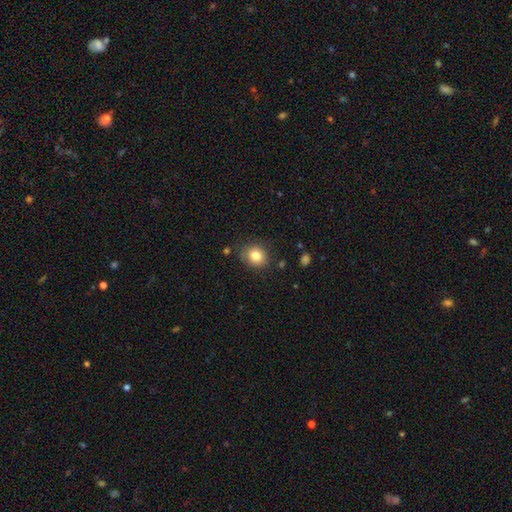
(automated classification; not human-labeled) Smooth or featured: smooth — 81% (star or artifact — 11%)
How rounded: round — 78% (in between — 21%)
Merging: none — 82% (minor disturbance — 13%)